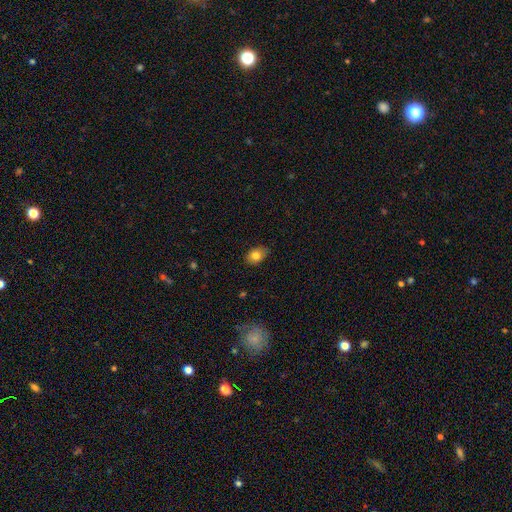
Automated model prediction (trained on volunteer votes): Overall: smooth (81%). How rounded: in between (74%). Merging: none (78%).